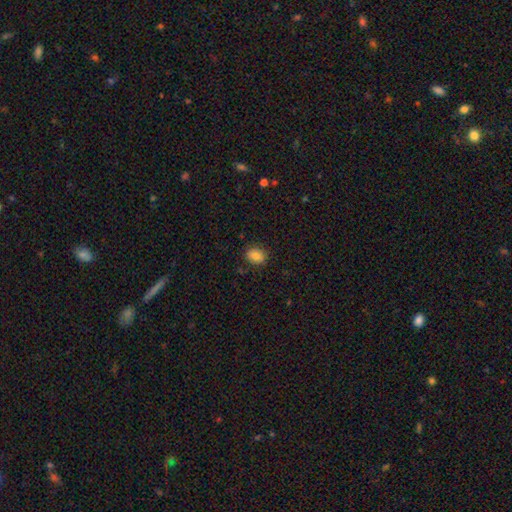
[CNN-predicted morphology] Smooth or featured? Predicted: smooth (p=0.84). How rounded? Predicted: in between (p=0.54). Merging? Predicted: none (p=0.85).